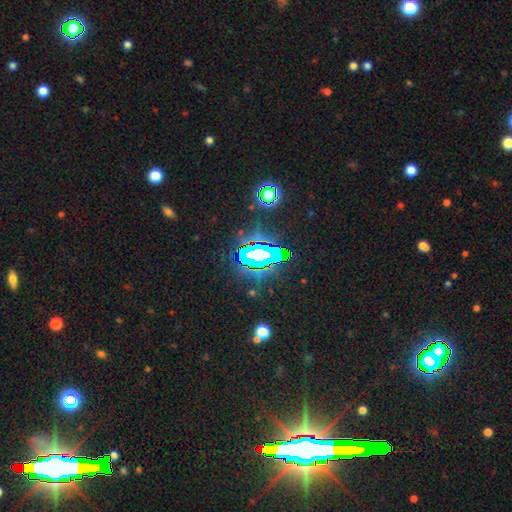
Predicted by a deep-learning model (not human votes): Overall: star or artifact (78%).